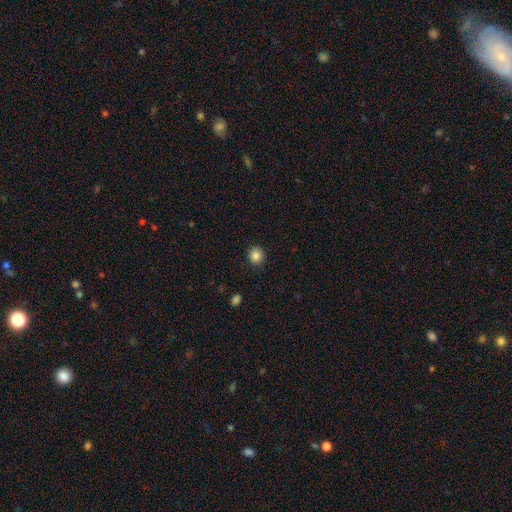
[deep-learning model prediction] smooth_or_featured: smooth (p=0.85) [alt: star or artifact p=0.10]
how_rounded: round (p=0.87) [alt: in between p=0.12]
merging: none (p=0.90) [alt: minor disturbance p=0.07]